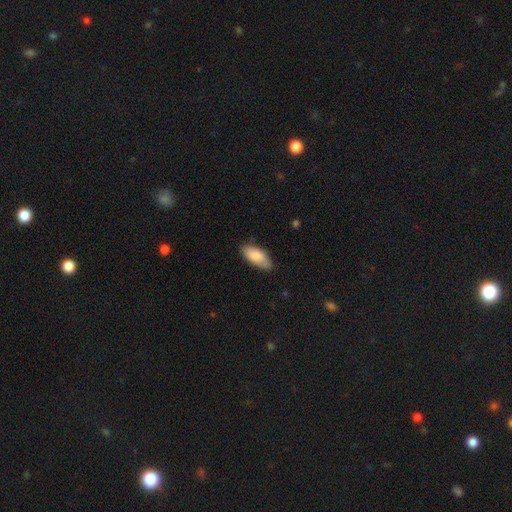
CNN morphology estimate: smooth-or-featured: smooth: 85% | featured or disk: 9% | star or artifact: 6%
  how-rounded: in between: 87% | cigar-shaped: 11% | round: 2%
  merging: none: 77% | minor disturbance: 19% | major disturbance: 3% | merger: 1%